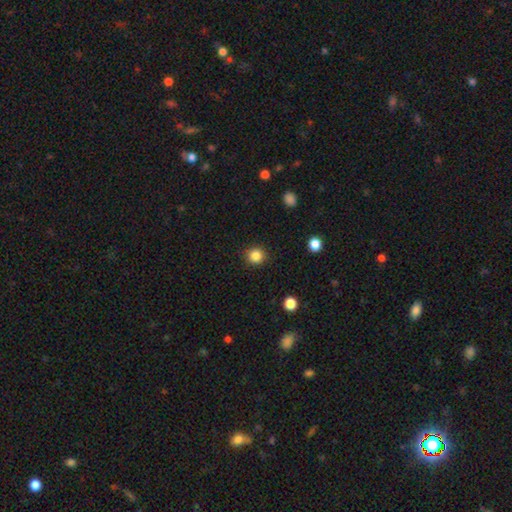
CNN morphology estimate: smooth_or_featured: smooth (p=0.85) [alt: star or artifact p=0.11]
how_rounded: round (p=0.92) [alt: in between p=0.07]
merging: none (p=0.91) [alt: minor disturbance p=0.06]